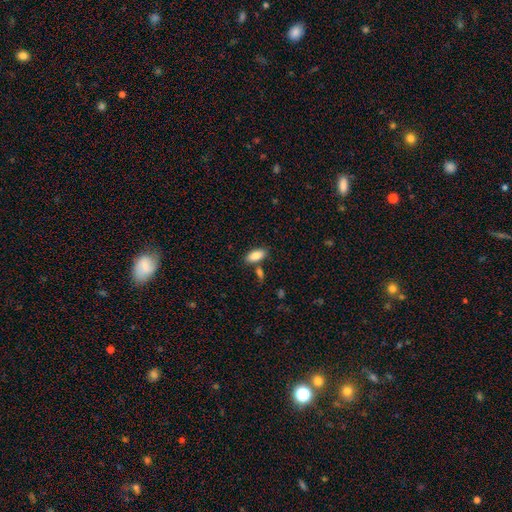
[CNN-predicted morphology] smooth 85%, featured or disk 8%, star or artifact 7%. Down the decision tree: how rounded — in between (90%); merging — none (77%).